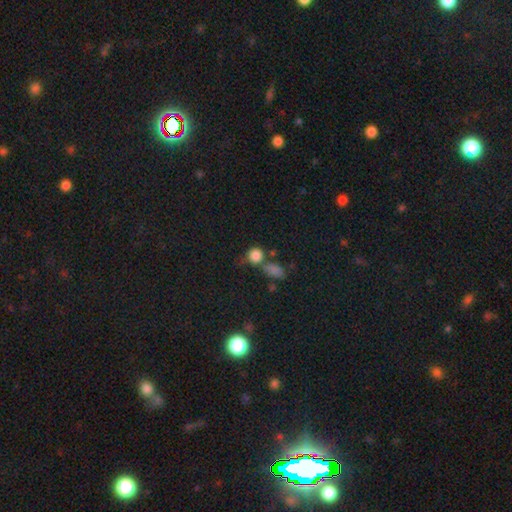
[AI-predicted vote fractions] A smooth galaxy with no disk features (82%) that is round (82%).

Vote fractions:
- Smooth or featured? smooth: 82% / star or artifact: 12% / featured or disk: 6%
- How rounded? round: 82% / in between: 16% / cigar-shaped: 2%
- Merging? none: 51% / merger: 28% / minor disturbance: 14% / major disturbance: 7%